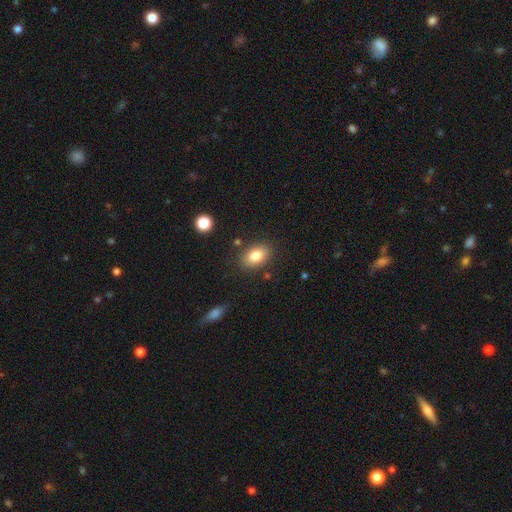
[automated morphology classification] smooth 84%, featured or disk 8%, star or artifact 8%. Down the decision tree: how rounded — in between (87%); merging — none (83%).